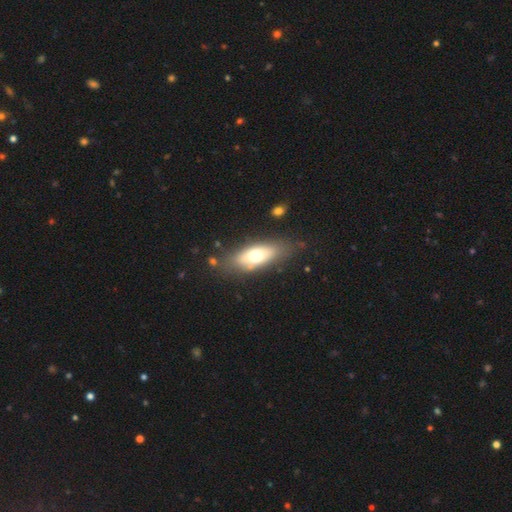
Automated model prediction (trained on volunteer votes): A smooth galaxy with no disk features (61%) that is in between round and cigar-shaped (74%). Merging: none (75%).